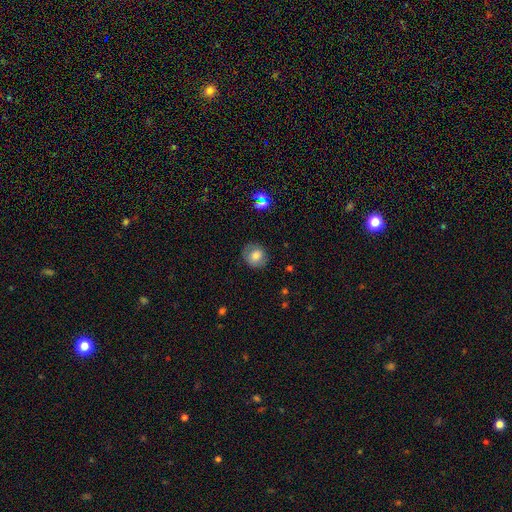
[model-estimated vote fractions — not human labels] Morphology: type=smooth (74%); roundness=round (83%); merging=none (82%).